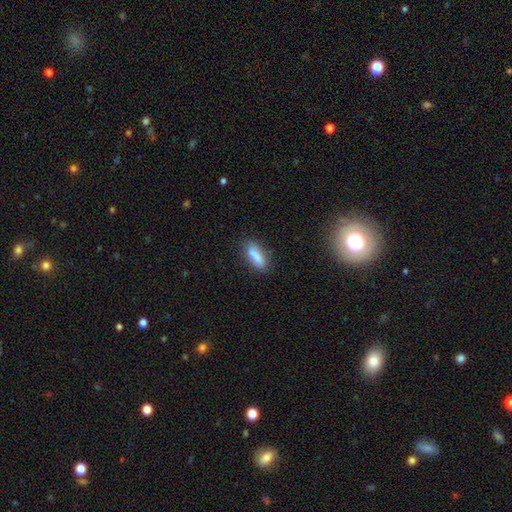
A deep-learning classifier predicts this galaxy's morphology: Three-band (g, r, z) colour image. It shows a smooth galaxy with no disk features (81%) that is in between round and cigar-shaped (54%). Merging: none (68%).